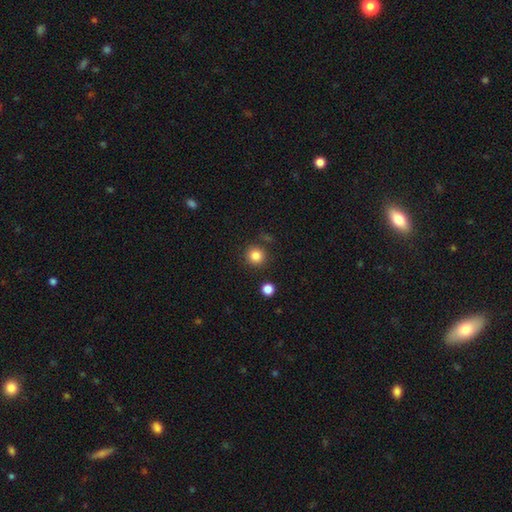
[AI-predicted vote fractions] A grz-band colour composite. It shows a smooth galaxy with no disk features (85%) that is round (93%). Merging: none (86%).